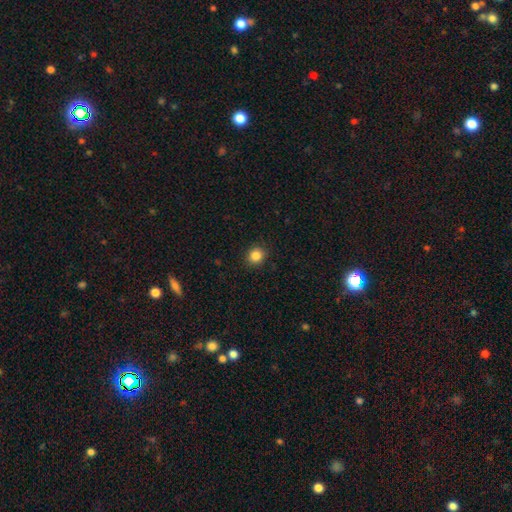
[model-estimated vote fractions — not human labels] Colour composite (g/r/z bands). It shows a smooth galaxy with no disk features (85%) that is round (87%). Merging: none (91%).